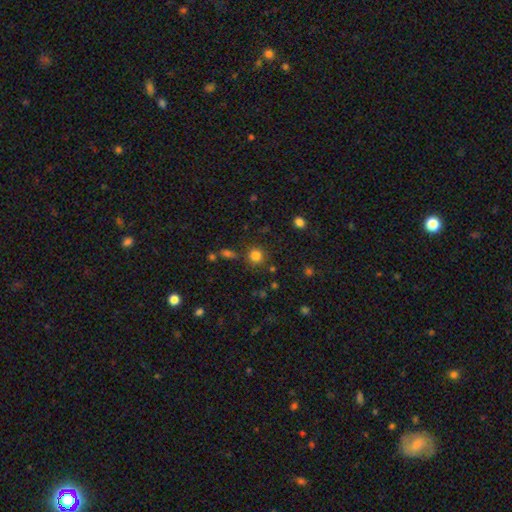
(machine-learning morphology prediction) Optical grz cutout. It shows a smooth galaxy with no disk features (81%) that is round (91%). Merging: none (82%).